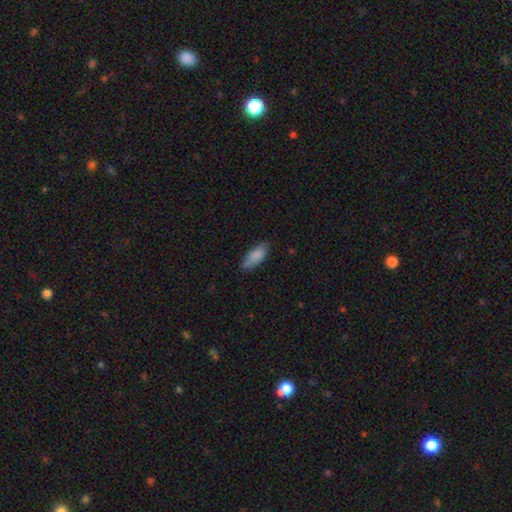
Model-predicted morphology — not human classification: Smooth or featured? smooth (85%)
How rounded? in between (79%)
Merging? none (76%)